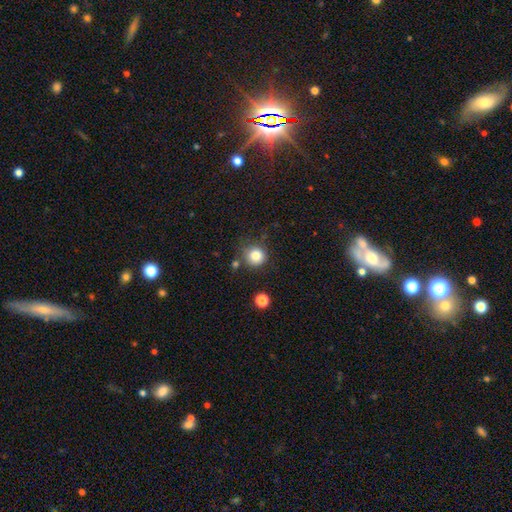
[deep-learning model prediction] Smooth or featured: smooth — 82% (star or artifact — 11%)
How rounded: round — 92% (in between — 7%)
Merging: none — 77% (minor disturbance — 13%)